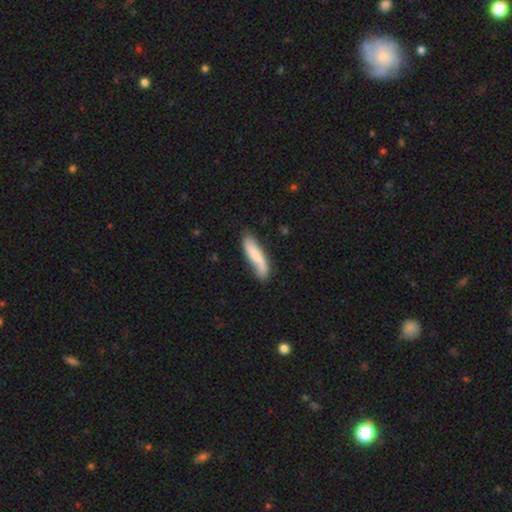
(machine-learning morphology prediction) smooth_or_featured: smooth (p=0.71) [alt: featured or disk p=0.23]
how_rounded: cigar-shaped (p=0.71) [alt: in between p=0.27]
merging: none (p=0.62) [alt: minor disturbance p=0.27]